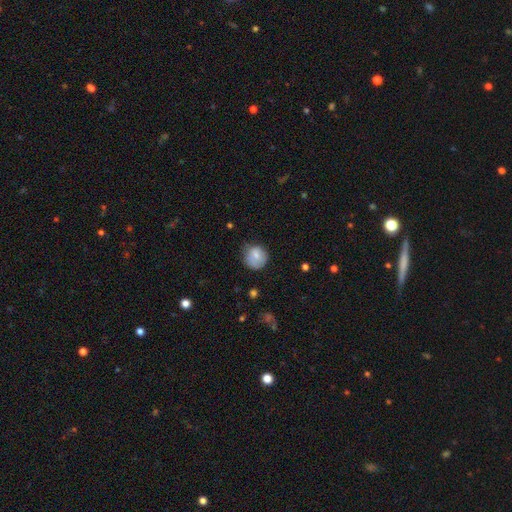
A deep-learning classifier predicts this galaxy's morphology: type=smooth (76%); roundness=round (83%); merging=none (60%).